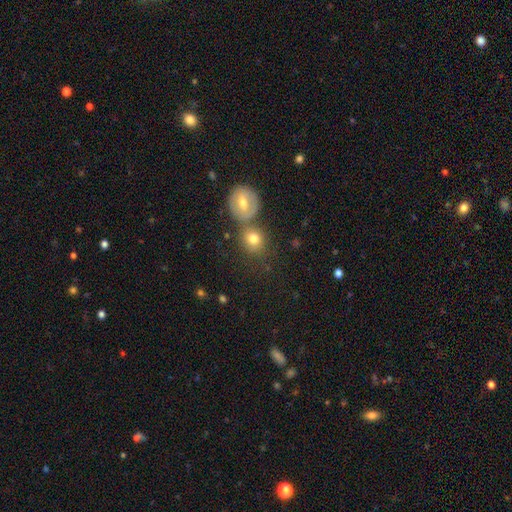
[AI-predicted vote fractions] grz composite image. It shows a smooth galaxy with no disk features (50%). Merging: none (57%).